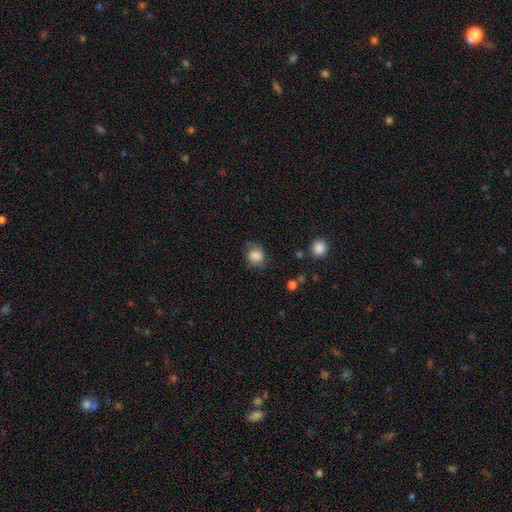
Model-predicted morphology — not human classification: A smooth galaxy with no disk features (83%) that is round (69%). Merging: none (66%).